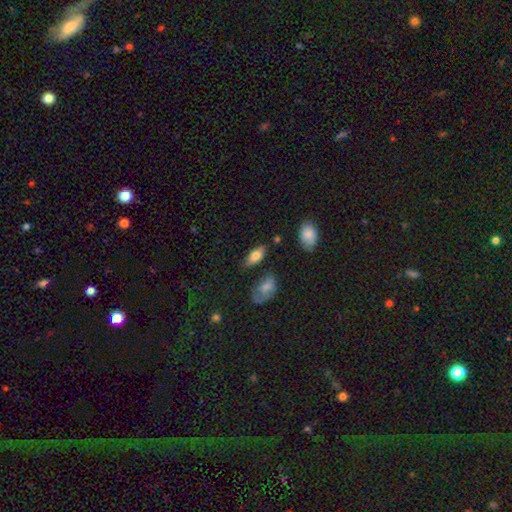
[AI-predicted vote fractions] Q: Smooth or featured?
A: smooth (77%); runner-up: featured or disk (16%)
Q: How rounded?
A: in between (85%); runner-up: cigar-shaped (11%)
Q: Merging?
A: none (75%); runner-up: minor disturbance (16%)